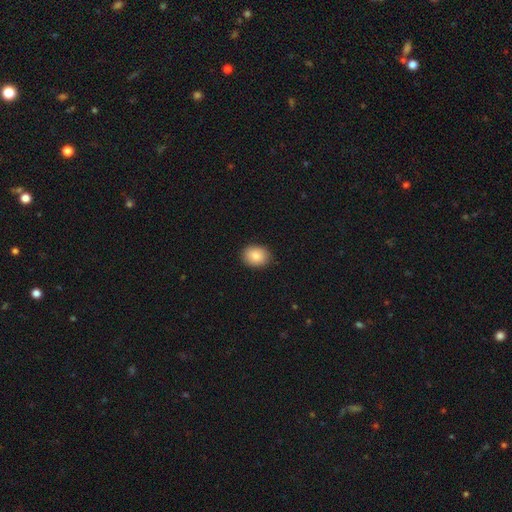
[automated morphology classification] A smooth galaxy with no disk features (87%) that is in between round and cigar-shaped (60%). Merging: none (88%).